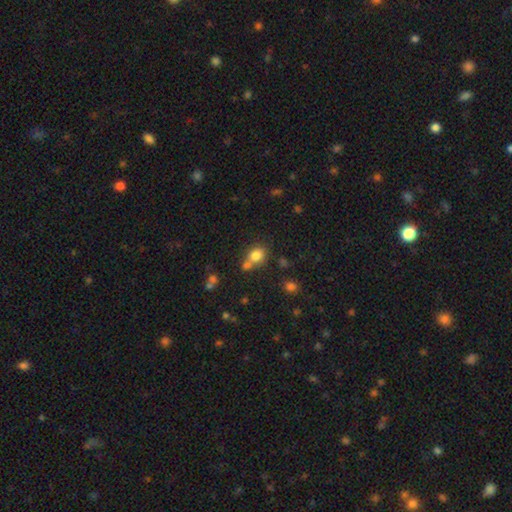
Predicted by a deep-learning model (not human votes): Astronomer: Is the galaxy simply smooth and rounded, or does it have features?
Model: smooth — 79%.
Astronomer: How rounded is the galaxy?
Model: round — 61% (runner-up: in between, 38%).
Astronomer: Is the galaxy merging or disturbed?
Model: none — 50% (runner-up: merger, 34%).